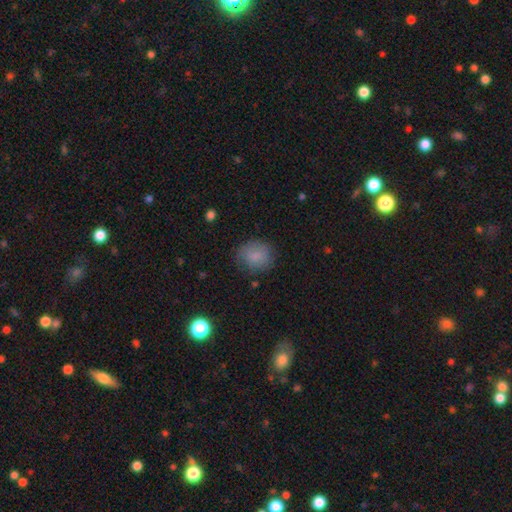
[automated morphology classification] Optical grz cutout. It shows a smooth galaxy with no disk features (80%) that is round (75%). Merging: none (73%).